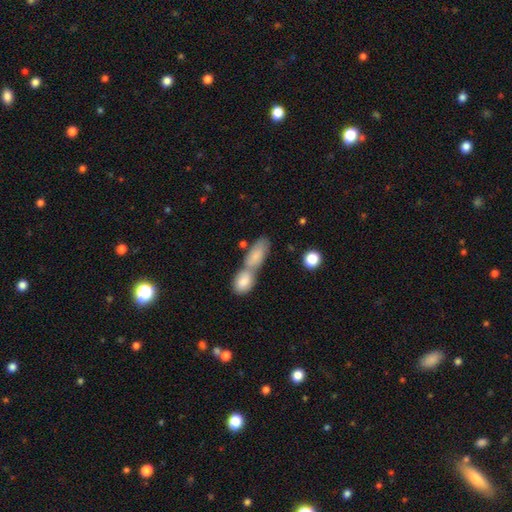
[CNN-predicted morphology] smooth 80%, featured or disk 14%, star or artifact 6%. Down the decision tree: how rounded — in between (82%); merging — merger (62%).